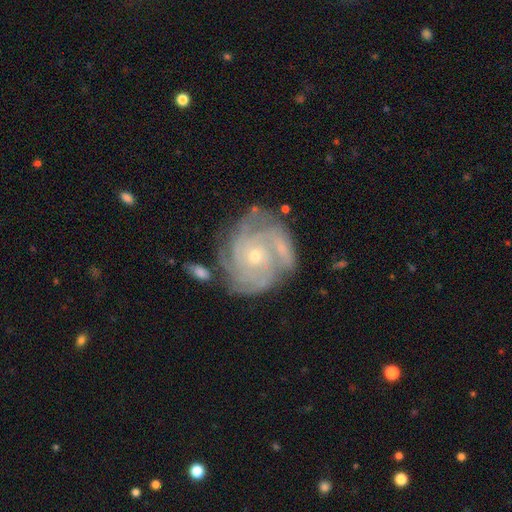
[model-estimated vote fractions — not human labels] smooth-or-featured: featured or disk: 87% | smooth: 7% | star or artifact: 6%
  disk-edge-on: no: 98% | yes: 2%
    bar: no: 78% | weak: 18% | strong: 4%
    has-spiral-arms: yes: 97% | no: 3%
      spiral-winding: tight: 76% | medium: 20% | loose: 4%
      spiral-arm-count: 4: 33% | can't tell: 21% | 3: 20% | more than 4: 11% | 2: 9% | 1: 6%
    bulge-size: small: 73% | moderate: 24% | large: 1% | none: 1% | dominant: 1%
  merging: none: 64% | minor disturbance: 18% | merger: 11% | major disturbance: 7%